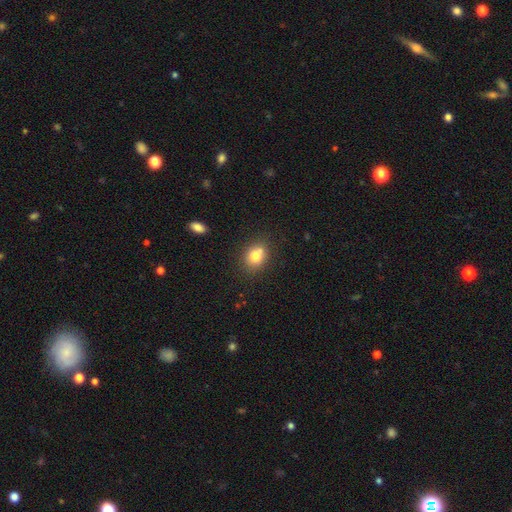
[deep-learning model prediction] This appears to be a smooth galaxy with no disk features (78%) that is round (52%). Merging: none (65%).